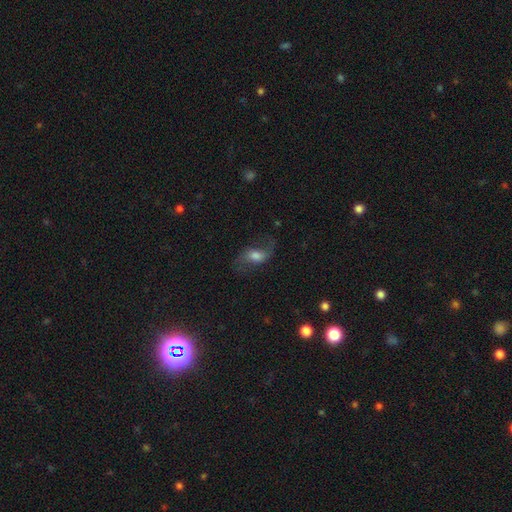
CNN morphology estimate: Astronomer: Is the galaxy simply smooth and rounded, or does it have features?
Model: featured or disk — 62%.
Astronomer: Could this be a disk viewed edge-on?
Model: no — 93%.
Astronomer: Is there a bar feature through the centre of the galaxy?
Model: no — 45% (runner-up: weak, 40%).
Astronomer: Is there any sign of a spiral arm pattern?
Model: yes — 90%.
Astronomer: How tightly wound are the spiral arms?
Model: loose — 80%.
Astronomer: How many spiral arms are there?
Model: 2 — 90%.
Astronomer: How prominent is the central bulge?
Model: moderate — 48% (runner-up: large, 26%).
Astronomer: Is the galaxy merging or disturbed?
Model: none — 65%.